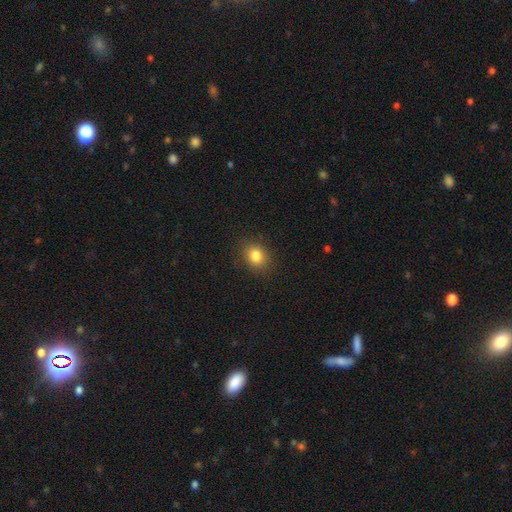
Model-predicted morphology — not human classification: The model was most divided on "how rounded": round: 53%, in between: 46%, cigar-shaped: 1%. More confident: merging — none (86%); smooth or featured — smooth (83%).